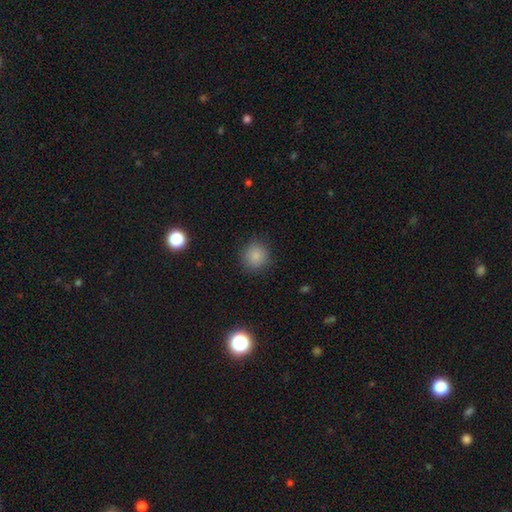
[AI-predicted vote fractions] A smooth galaxy with no disk features (84%) that is round (92%).

Vote fractions:
- Smooth or featured? smooth: 84% / star or artifact: 11% / featured or disk: 5%
- How rounded? round: 92% / in between: 7% / cigar-shaped: 1%
- Merging? none: 87% / minor disturbance: 9% / major disturbance: 3% / merger: 1%